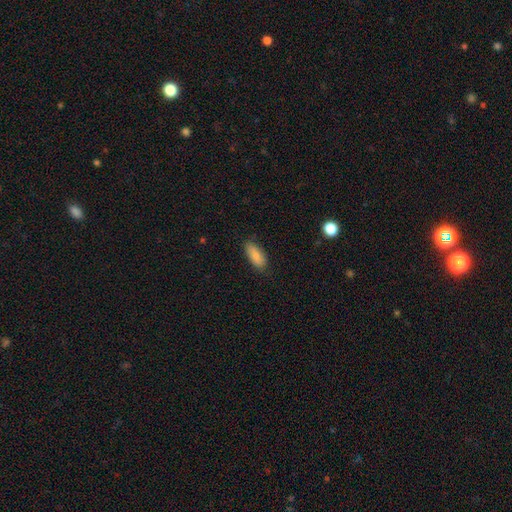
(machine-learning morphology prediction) A smooth galaxy with no disk features (87%) that is in between round and cigar-shaped (84%).

Vote fractions:
- Smooth or featured? smooth: 87% / star or artifact: 7% / featured or disk: 6%
- How rounded? in between: 84% / cigar-shaped: 14% / round: 2%
- Merging? none: 81% / minor disturbance: 15% / major disturbance: 3% / merger: 1%